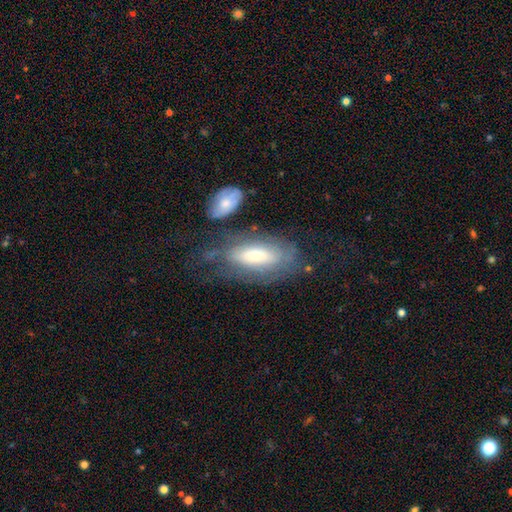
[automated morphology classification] Smooth or featured? smooth (47%)
Merging? none (50%)